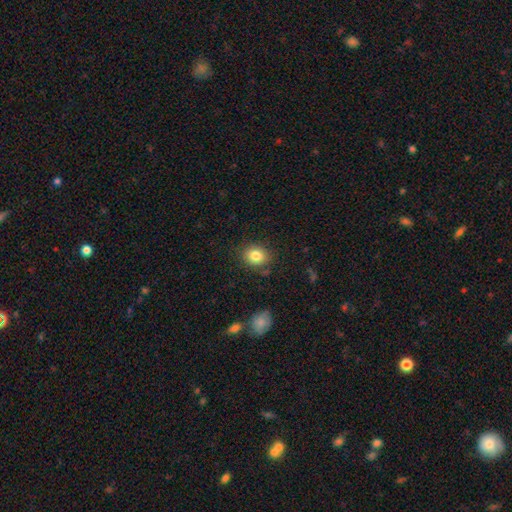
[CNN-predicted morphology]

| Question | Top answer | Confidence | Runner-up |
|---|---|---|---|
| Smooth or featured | smooth | 83% | star or artifact (10%) |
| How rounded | round | 63% | in between (36%) |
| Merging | none | 83% | minor disturbance (11%) |